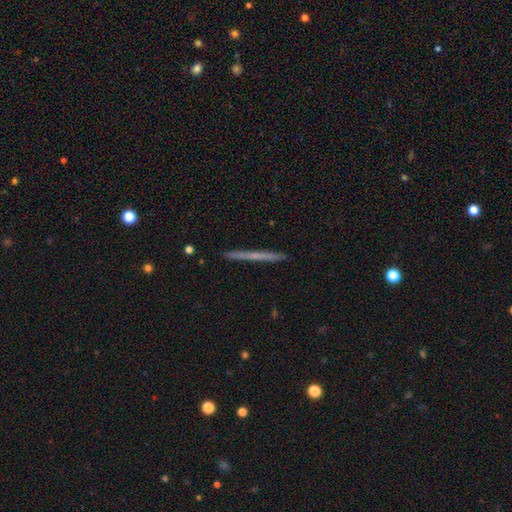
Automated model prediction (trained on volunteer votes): Smooth or featured? smooth (48%)
Merging? none (92%)